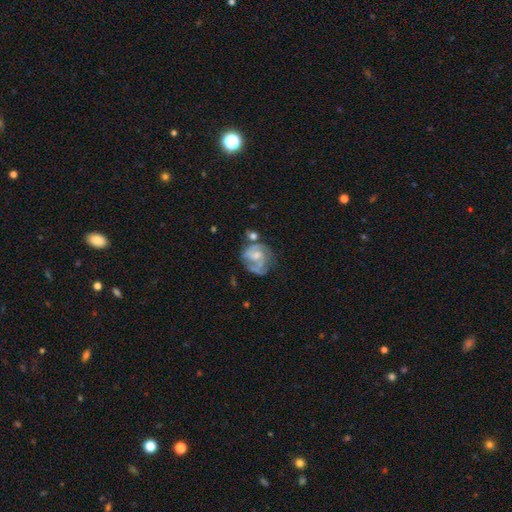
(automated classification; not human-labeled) smooth_or_featured: featured or disk (p=0.74) [alt: smooth p=0.19]
disk_edge_on: no (p=0.98) [alt: yes p=0.02]
bar: no (p=0.56) [alt: weak p=0.37]
has_spiral_arms: yes (p=0.84) [alt: no p=0.16]
spiral_winding: medium (p=0.46) [alt: tight p=0.37]
spiral_arm_count: 2 (p=0.59) [alt: can't tell p=0.19]
bulge_size: moderate (p=0.44) [alt: small p=0.39]
merging: none (p=0.45) [alt: minor disturbance p=0.24]